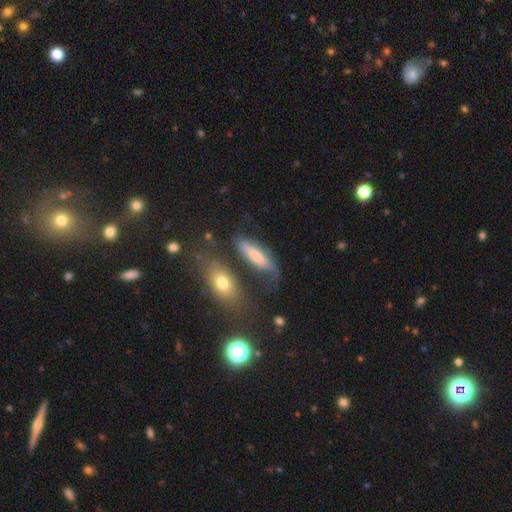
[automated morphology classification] Smooth or featured? smooth (64%)
How rounded? cigar-shaped (51%)
Merging? none (49%)